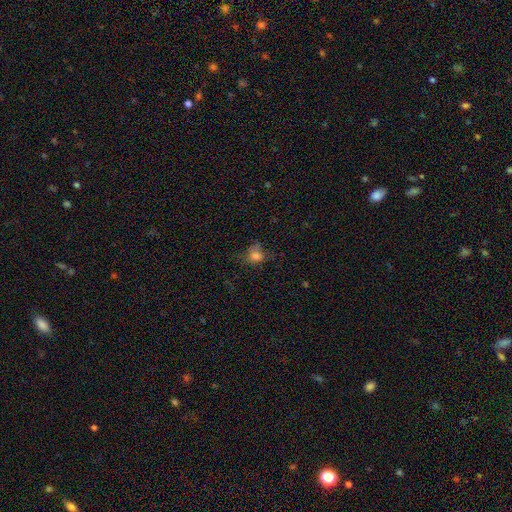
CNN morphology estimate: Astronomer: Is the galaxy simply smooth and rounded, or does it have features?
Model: smooth — 72%.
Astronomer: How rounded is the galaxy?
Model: round — 60% (runner-up: in between, 38%).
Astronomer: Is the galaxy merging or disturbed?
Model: none — 50% (runner-up: minor disturbance, 27%).